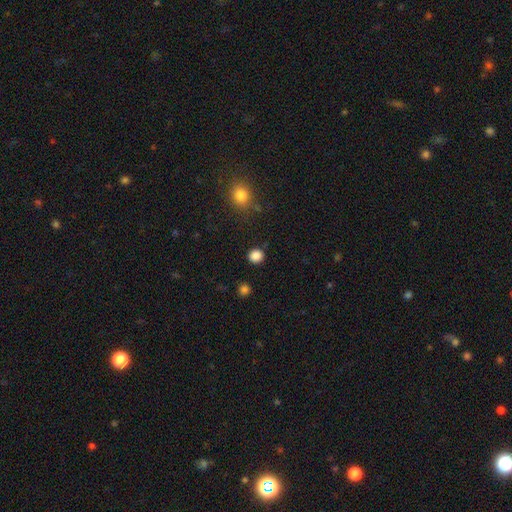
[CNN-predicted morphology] Smooth or featured?
  - smooth: 85% *
  - star or artifact: 12%
  - featured or disk: 3%
How rounded?
  - round: 85% *
  - in between: 14%
  - cigar-shaped: 1%
Merging?
  - none: 88% *
  - minor disturbance: 8%
  - major disturbance: 3%
  - merger: 2%